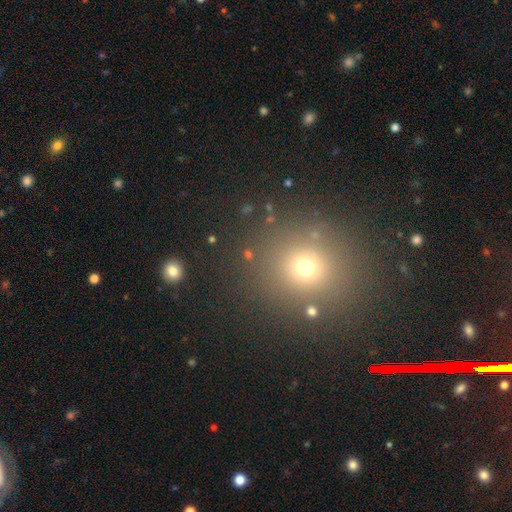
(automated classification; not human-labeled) This appears to be a smooth galaxy with no disk features (59%) that is round (87%). Merging: none (86%).